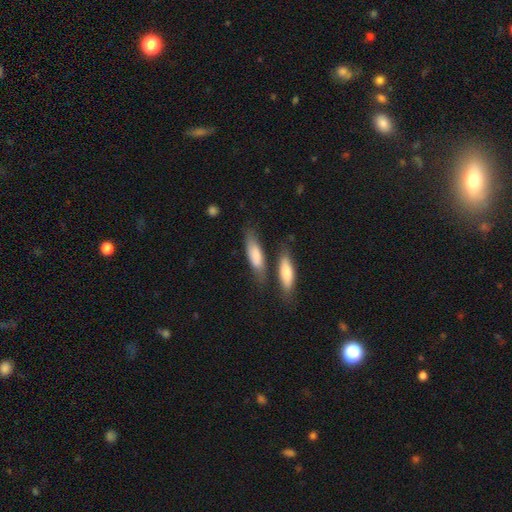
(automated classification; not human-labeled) This appears to be a smooth galaxy with no disk features (76%) that is cigar-shaped (53%). Merging: none (61%).